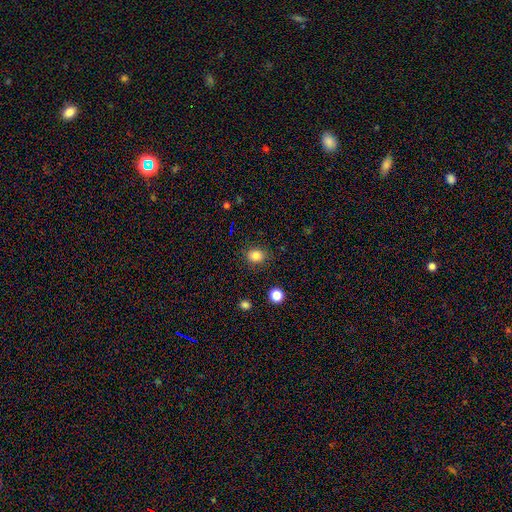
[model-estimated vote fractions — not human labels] Smooth or featured? smooth (83%)
How rounded? round (65%)
Merging? none (86%)